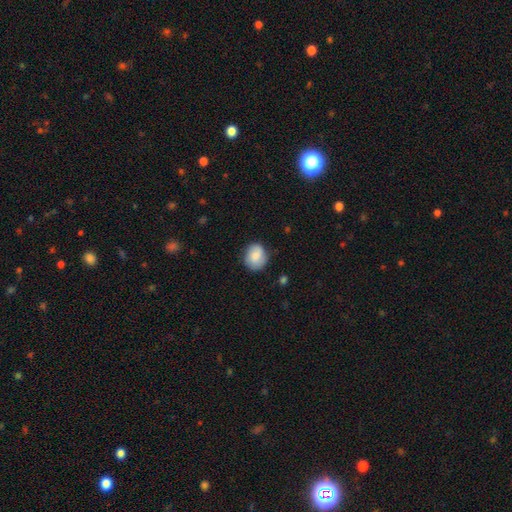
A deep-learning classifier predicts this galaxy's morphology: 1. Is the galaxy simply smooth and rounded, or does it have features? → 83% smooth, 10% featured or disk, 7% star or artifact.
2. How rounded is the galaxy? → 68% round, 32% in between, 1% cigar-shaped.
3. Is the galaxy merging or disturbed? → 79% none, 17% minor disturbance, 3% major disturbance, 1% merger.